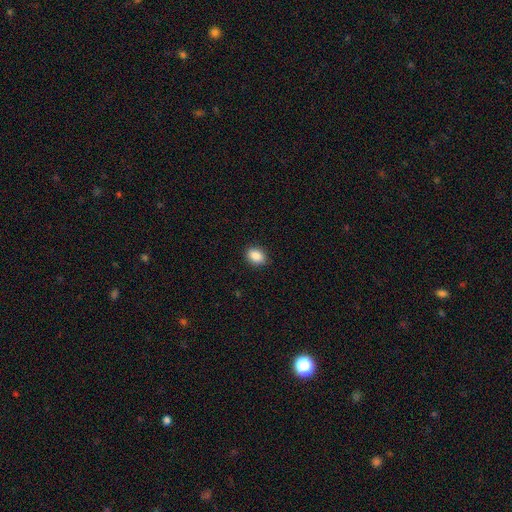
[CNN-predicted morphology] Q: Smooth or featured?
A: smooth (89%); runner-up: star or artifact (8%)
Q: How rounded?
A: in between (69%); runner-up: round (30%)
Q: Merging?
A: none (88%); runner-up: minor disturbance (9%)